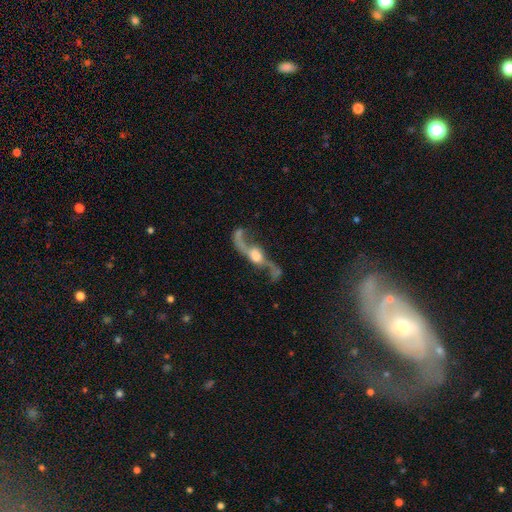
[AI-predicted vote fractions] Smooth or featured: featured or disk — 88% (smooth — 7%)
Edge-on disk: no — 83% (yes — 17%)
Bar: no — 57% (weak — 29%)
Spiral arms: yes — 94% (no — 6%)
Spiral winding: loose — 92% (medium — 6%)
Spiral arm count: 2 — 93% (1 — 2%)
Bulge size: moderate — 53% (large — 25%)
Merging: none — 63% (minor disturbance — 16%)